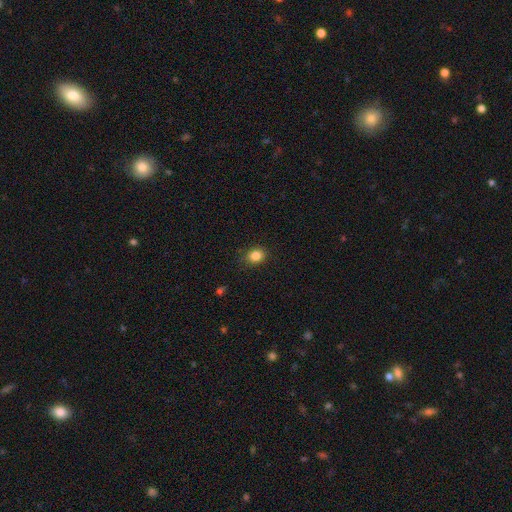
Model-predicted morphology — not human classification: smooth 85%, star or artifact 10%, featured or disk 5%. Down the decision tree: how rounded — round (53%); merging — none (85%).